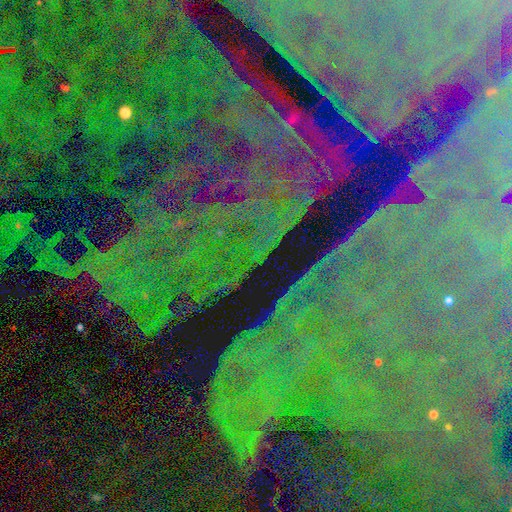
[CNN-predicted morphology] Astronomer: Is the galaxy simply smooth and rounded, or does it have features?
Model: star or artifact — 86%.